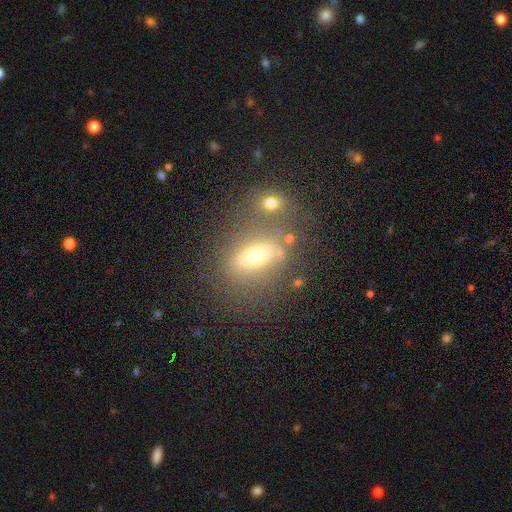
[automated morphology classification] A smooth galaxy with no disk features (54%) that is in between round and cigar-shaped (65%). Merging: none (58%).